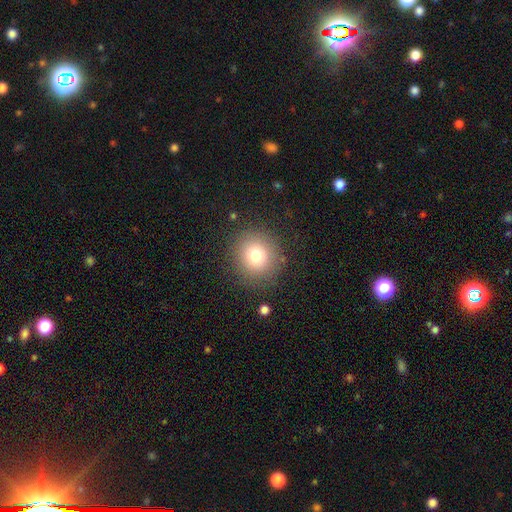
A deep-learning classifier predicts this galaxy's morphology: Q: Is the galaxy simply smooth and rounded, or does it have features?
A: smooth — 76%.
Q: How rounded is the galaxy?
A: round — 91%.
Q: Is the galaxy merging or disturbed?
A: none — 86%.